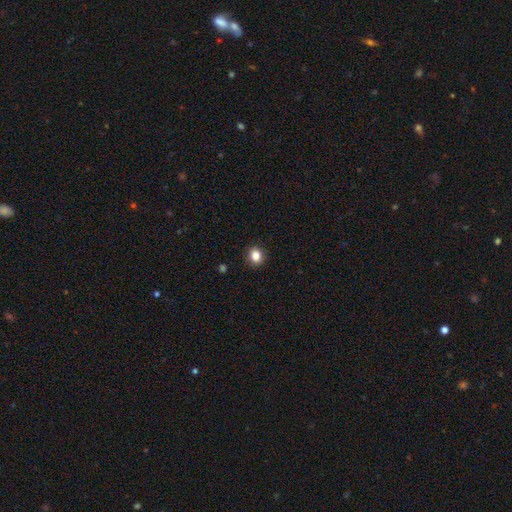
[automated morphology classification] The model was most divided on "how rounded": round: 73%, in between: 26%, cigar-shaped: 1%. More confident: merging — none (91%); smooth or featured — smooth (85%).